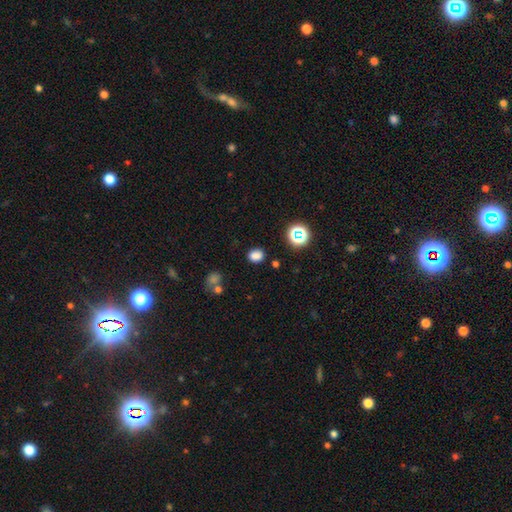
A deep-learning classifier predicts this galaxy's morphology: Smooth or featured: smooth — 78% (star or artifact — 17%)
How rounded: round — 53% (in between — 46%)
Merging: none — 82% (minor disturbance — 11%)